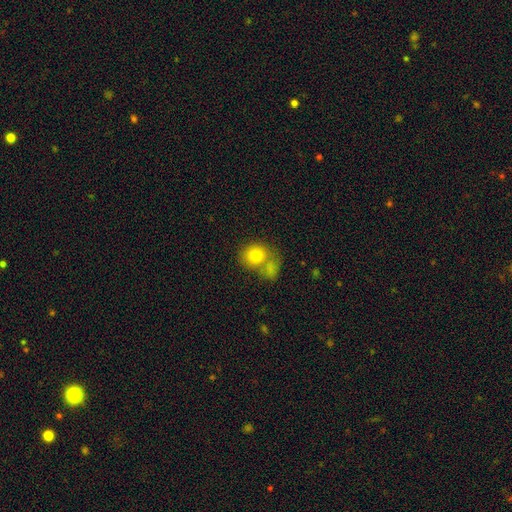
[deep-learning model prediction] Q: Smooth or featured?
A: smooth (79%); runner-up: featured or disk (11%)
Q: How rounded?
A: round (72%); runner-up: in between (27%)
Q: Merging?
A: none (45%); runner-up: merger (39%)